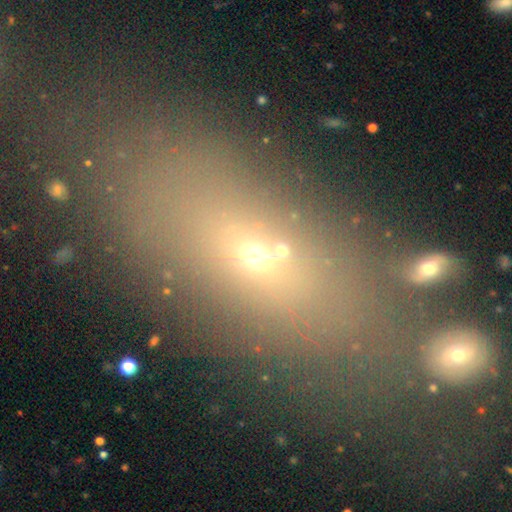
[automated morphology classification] smooth 51%, star or artifact 28%, featured or disk 21%. Down the decision tree: how rounded — in between (68%); merging — none (64%).